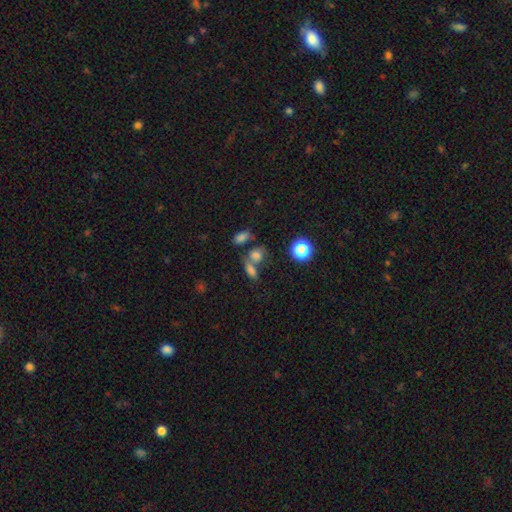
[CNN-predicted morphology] This appears to be a smooth galaxy with no disk features (71%) that is in between round and cigar-shaped (63%). Merging: merger (42%).